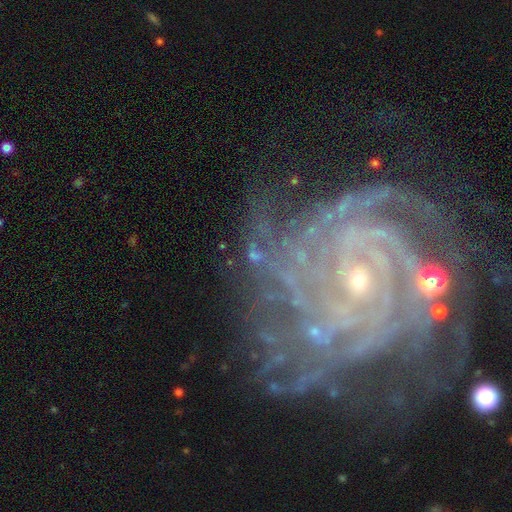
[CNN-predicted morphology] The model was most divided on "spiral arm count": can't tell: 32%, 3: 17%, 2: 16%, 4: 12%, more than 4: 11%, 1: 10%. More confident: edge-on disk — no (95%); spiral arms — yes (87%); spiral winding — tight (67%); merging — none (64%); smooth or featured — featured or disk (64%); bulge size — small (64%); bar — no (51%).